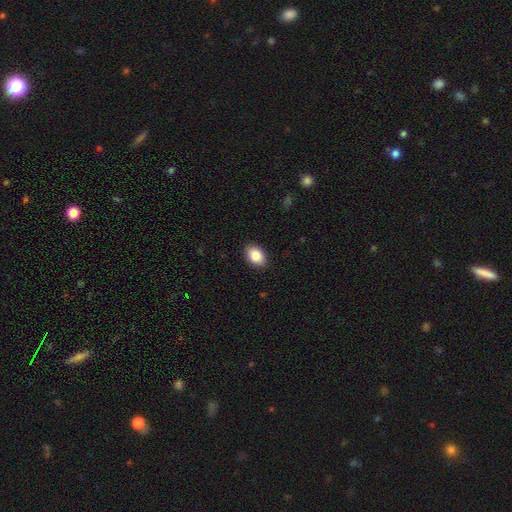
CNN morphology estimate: This appears to be a smooth galaxy with no disk features (86%) that is in between round and cigar-shaped (82%). Merging: none (90%).